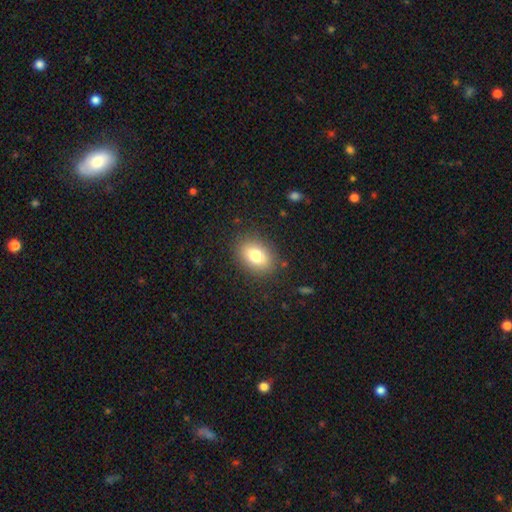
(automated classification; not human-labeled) Q: Smooth or featured?
A: smooth (80%); runner-up: featured or disk (11%)
Q: How rounded?
A: in between (76%); runner-up: round (22%)
Q: Merging?
A: none (86%); runner-up: minor disturbance (10%)